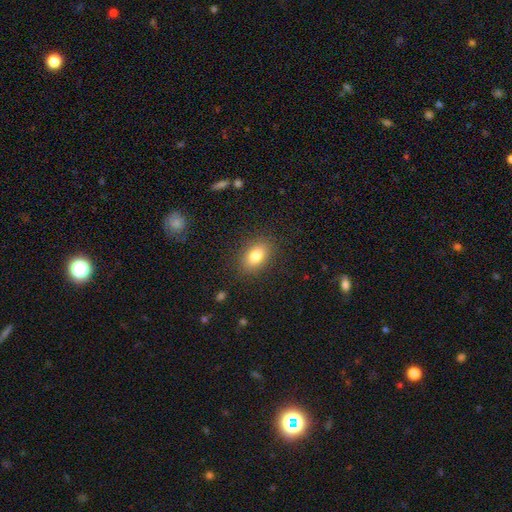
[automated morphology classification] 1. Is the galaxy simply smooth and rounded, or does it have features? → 81% smooth, 10% featured or disk, 9% star or artifact.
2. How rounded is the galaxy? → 85% in between, 13% round, 2% cigar-shaped.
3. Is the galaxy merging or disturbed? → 86% none, 10% minor disturbance, 3% major disturbance, 1% merger.